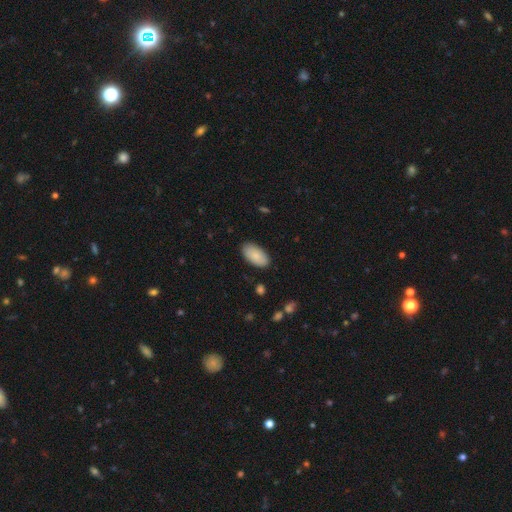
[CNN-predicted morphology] The model was most divided on "merging": none: 87%, minor disturbance: 10%, major disturbance: 2%, merger: 1%. More confident: how rounded — in between (95%); smooth or featured — smooth (87%).